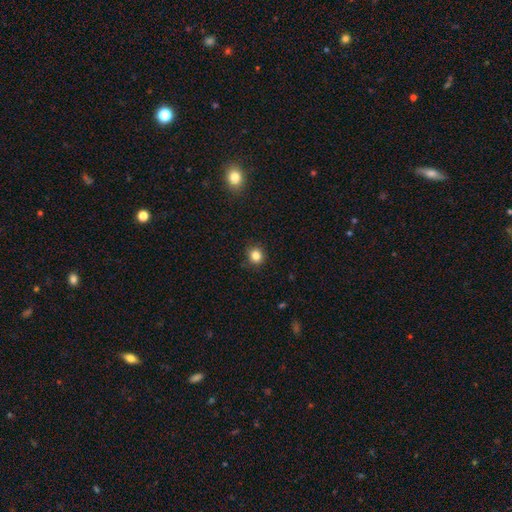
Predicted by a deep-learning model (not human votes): This is clearly a smooth galaxy (83%). How rounded: clearly round (88%). Merging: clearly none (89%).